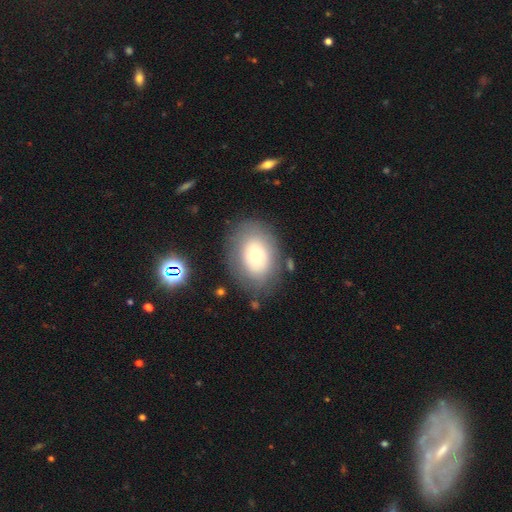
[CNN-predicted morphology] This appears to be a smooth galaxy with no disk features (62%) that is in between round and cigar-shaped (76%). Merging: none (77%).